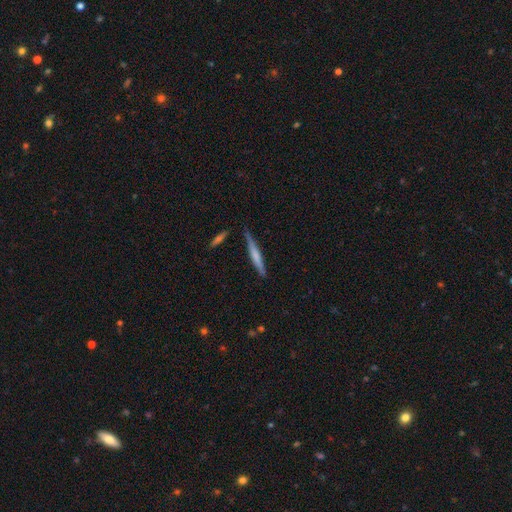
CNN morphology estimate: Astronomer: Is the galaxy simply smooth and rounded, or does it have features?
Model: smooth — 52% (runner-up: featured or disk, 42%).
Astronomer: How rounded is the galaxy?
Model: cigar-shaped — 95%.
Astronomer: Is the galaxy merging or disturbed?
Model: none — 82%.